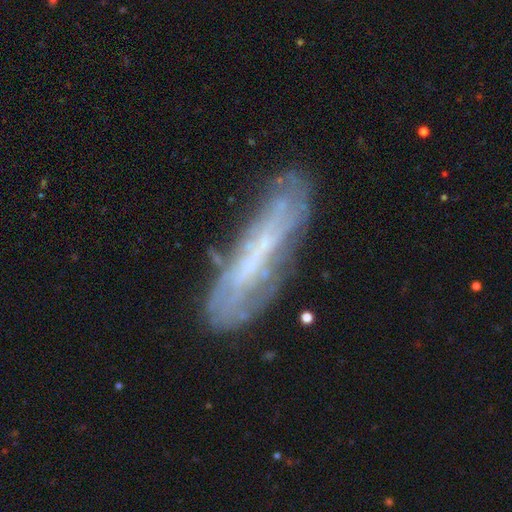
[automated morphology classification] Smooth or featured? Predicted: featured or disk (p=0.63). Edge-on disk? Predicted: no (p=0.60). Merging? Predicted: none (p=0.67).